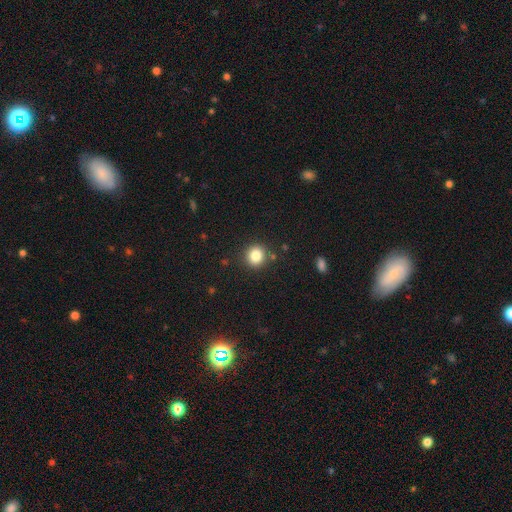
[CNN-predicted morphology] smooth_or_featured: smooth (p=0.83) [alt: star or artifact p=0.11]
how_rounded: round (p=0.87) [alt: in between p=0.12]
merging: none (p=0.87) [alt: minor disturbance p=0.08]